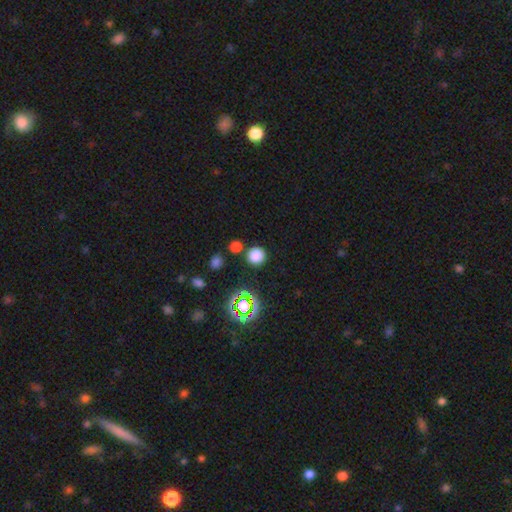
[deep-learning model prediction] This appears to be a smooth galaxy with no disk features (76%) that is round (93%). Merging: none (83%).